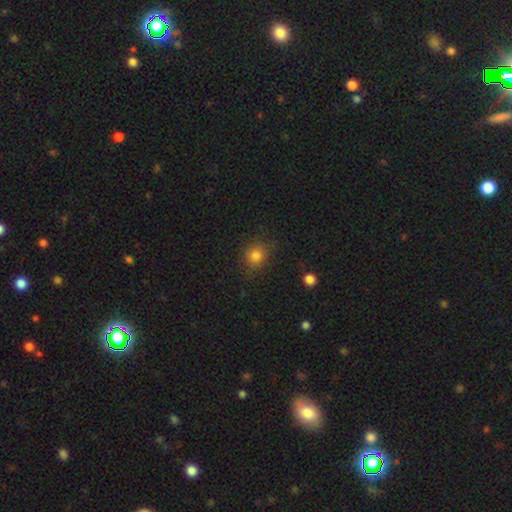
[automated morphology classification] Overall: smooth (83%). How rounded: round (83%). Merging: none (82%).